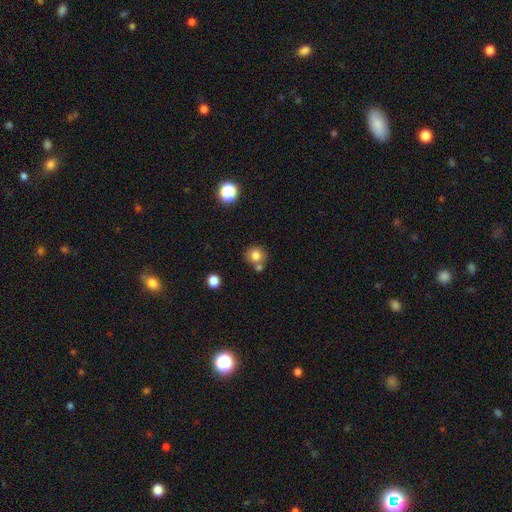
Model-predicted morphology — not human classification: This appears to be a smooth galaxy with no disk features (79%) that is round (86%). Merging: none (64%).